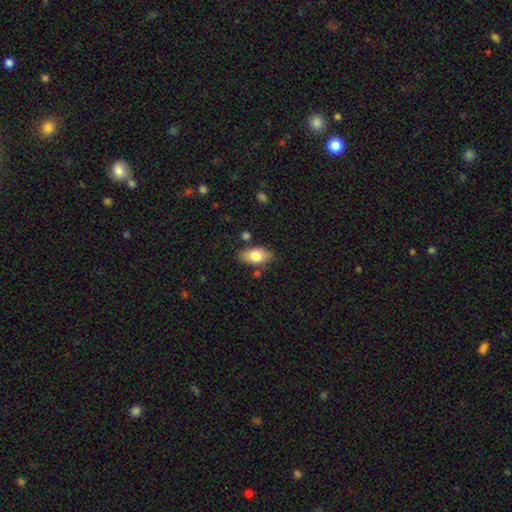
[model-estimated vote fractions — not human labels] Smooth or featured?
  - smooth: 78% *
  - featured or disk: 16%
  - star or artifact: 7%
How rounded?
  - in between: 92% *
  - round: 5%
  - cigar-shaped: 3%
Merging?
  - none: 78% *
  - minor disturbance: 15%
  - merger: 4%
  - major disturbance: 3%